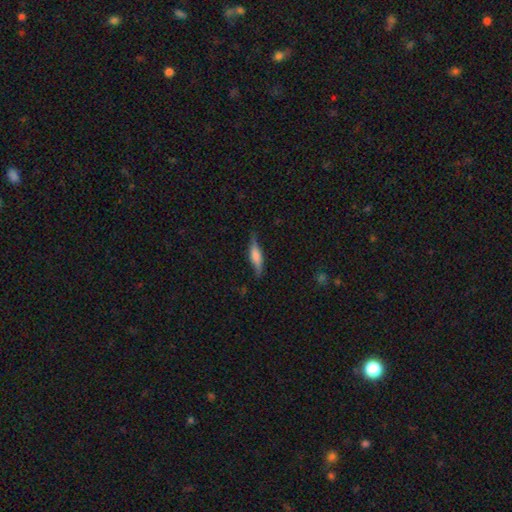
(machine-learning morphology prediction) smooth 54%, featured or disk 40%, star or artifact 7%. Down the decision tree: how rounded — cigar-shaped (64%); merging — none (72%).